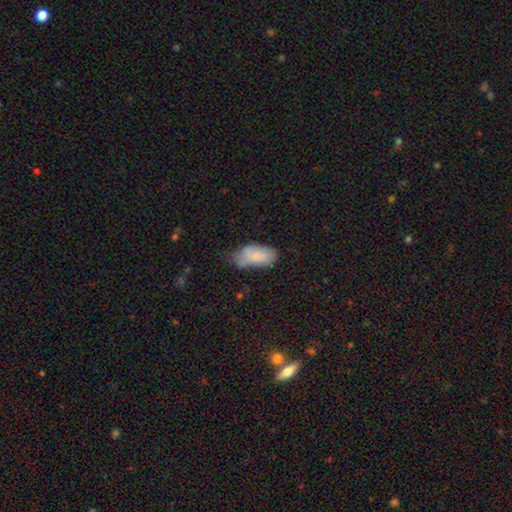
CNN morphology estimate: smooth-or-featured: smooth: 80% | featured or disk: 13% | star or artifact: 7%
  how-rounded: in between: 92% | cigar-shaped: 5% | round: 3%
  merging: none: 44% | minor disturbance: 38% | major disturbance: 11% | merger: 6%